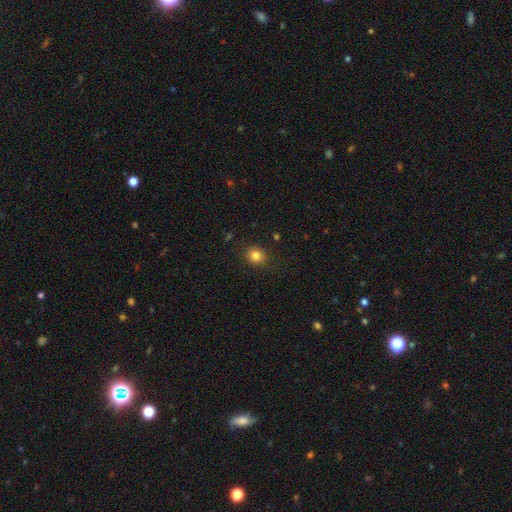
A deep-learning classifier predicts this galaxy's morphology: A smooth galaxy with no disk features (83%) that is round (73%).

Vote fractions:
- Smooth or featured? smooth: 83% / star or artifact: 12% / featured or disk: 5%
- How rounded? round: 73% / in between: 26% / cigar-shaped: 1%
- Merging? none: 89% / minor disturbance: 8% / major disturbance: 2% / merger: 1%